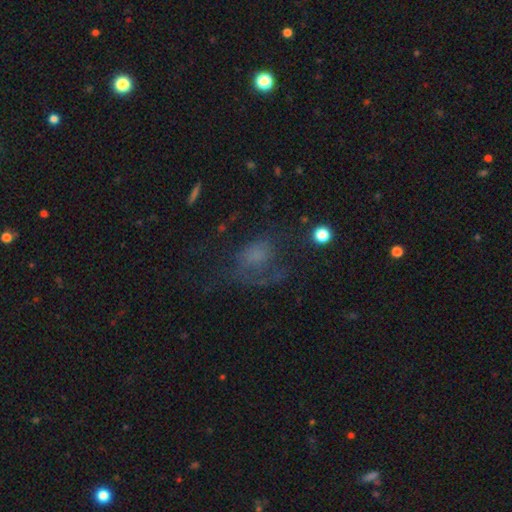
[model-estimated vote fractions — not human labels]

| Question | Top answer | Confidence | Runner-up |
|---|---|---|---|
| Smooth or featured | smooth | 43% | featured or disk (37%) |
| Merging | major disturbance | 41% | none (36%) |